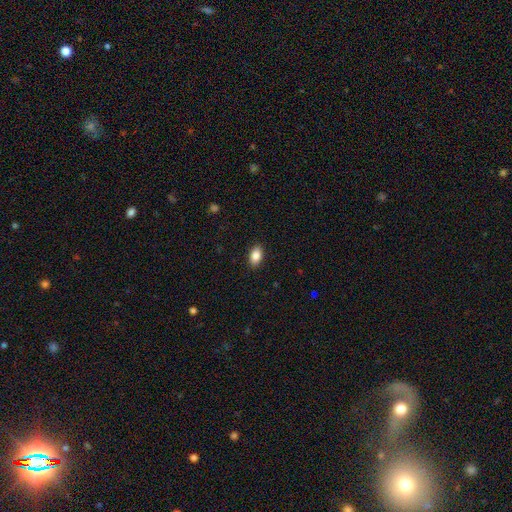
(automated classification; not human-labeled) smooth 86%, star or artifact 8%, featured or disk 6%. Down the decision tree: how rounded — in between (90%); merging — none (90%).